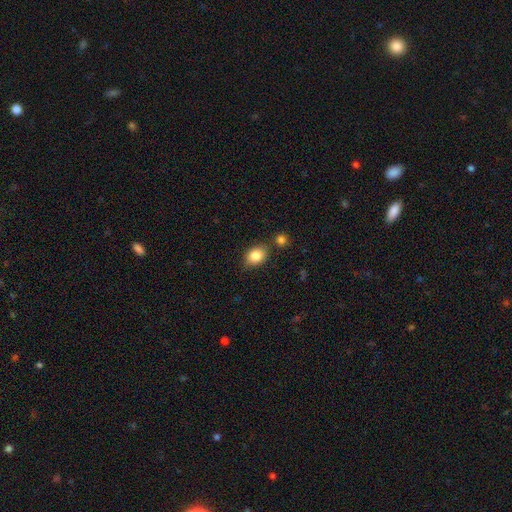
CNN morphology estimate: A smooth galaxy with no disk features (84%) that is in between round and cigar-shaped (62%).

Vote fractions:
- Smooth or featured? smooth: 84% / star or artifact: 9% / featured or disk: 7%
- How rounded? in between: 62% / round: 37% / cigar-shaped: 1%
- Merging? none: 73% / minor disturbance: 14% / merger: 10% / major disturbance: 3%